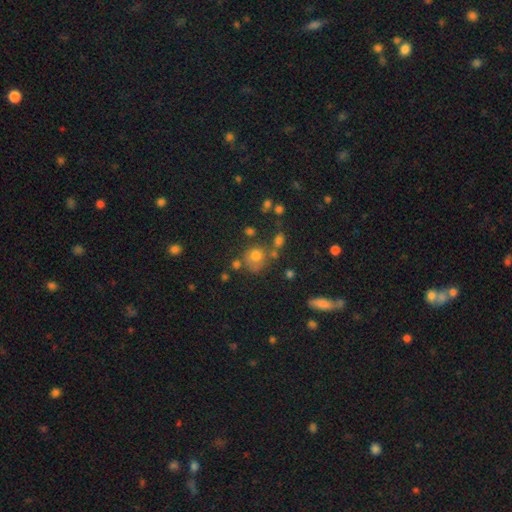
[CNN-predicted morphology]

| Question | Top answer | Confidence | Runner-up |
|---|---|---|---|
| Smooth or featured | smooth | 70% | star or artifact (16%) |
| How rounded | round | 78% | in between (21%) |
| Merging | none | 52% | minor disturbance (19%) |